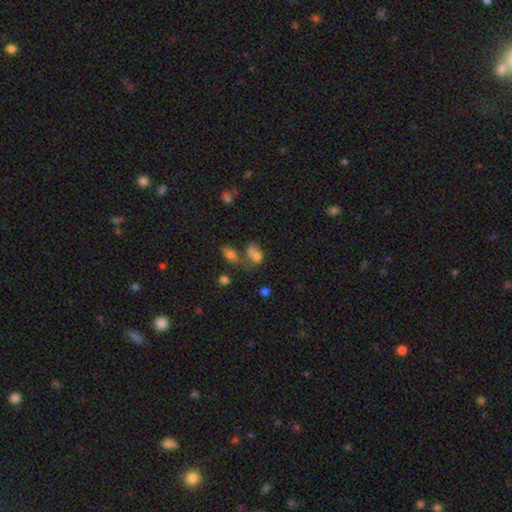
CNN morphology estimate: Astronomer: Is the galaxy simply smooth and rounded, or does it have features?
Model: smooth — 74%.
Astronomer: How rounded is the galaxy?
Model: in between — 69%.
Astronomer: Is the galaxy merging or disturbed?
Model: merger — 42% (runner-up: none, 31%).